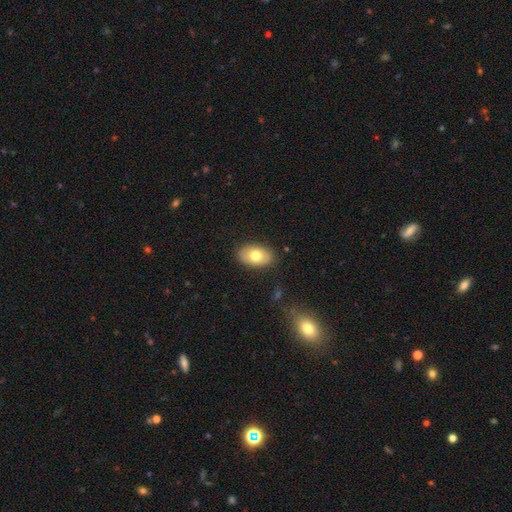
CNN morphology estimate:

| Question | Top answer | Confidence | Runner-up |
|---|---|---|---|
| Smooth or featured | smooth | 72% | featured or disk (21%) |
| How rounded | in between | 91% | round (8%) |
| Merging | none | 86% | minor disturbance (10%) |